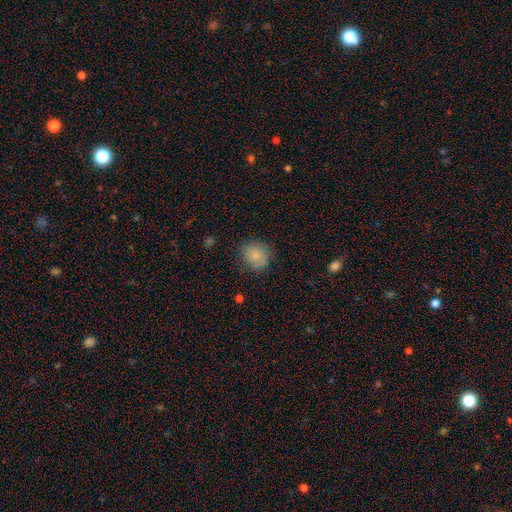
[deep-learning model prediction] smooth_or_featured: smooth (p=0.83) [alt: star or artifact p=0.09]
how_rounded: round (p=0.84) [alt: in between p=0.15]
merging: none (p=0.79) [alt: minor disturbance p=0.16]